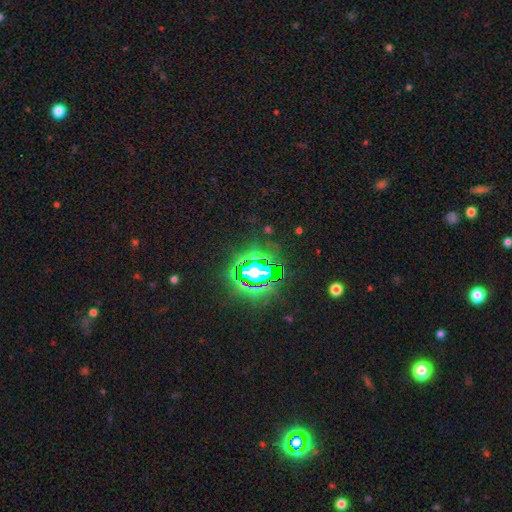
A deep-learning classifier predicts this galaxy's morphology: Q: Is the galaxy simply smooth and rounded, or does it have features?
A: star or artifact — 80%.